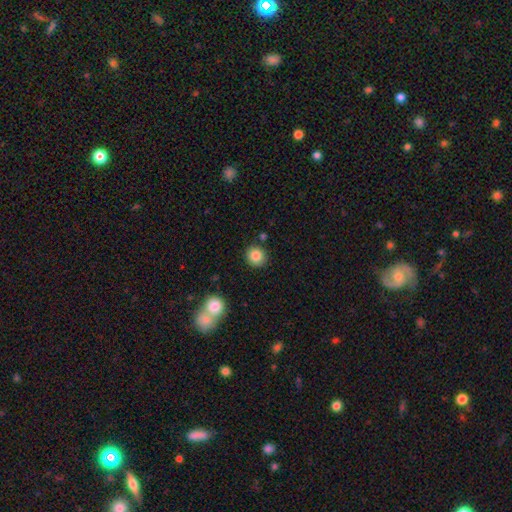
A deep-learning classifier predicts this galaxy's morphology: Smooth or featured? Predicted: smooth (p=0.85). How rounded? Predicted: round (p=0.90). Merging? Predicted: none (p=0.86).